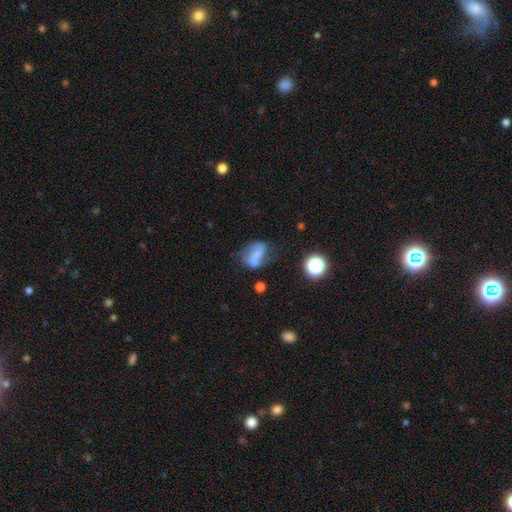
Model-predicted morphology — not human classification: The model was most divided on "smooth or featured": featured or disk: 49%, smooth: 38%, star or artifact: 13%. Remaining: merging — none (41%).